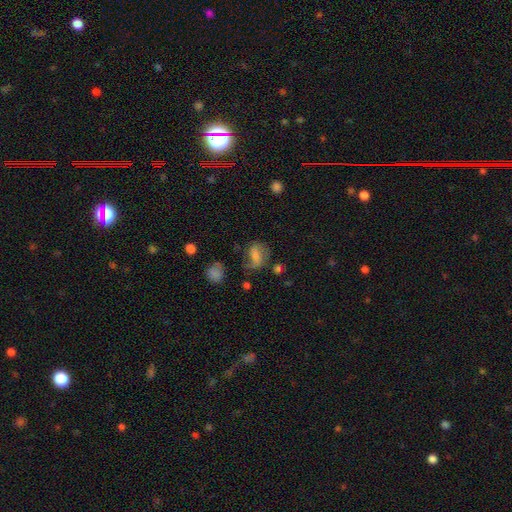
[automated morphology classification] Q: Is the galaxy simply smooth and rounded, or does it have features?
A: smooth — 53%.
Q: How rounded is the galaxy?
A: in between — 71%.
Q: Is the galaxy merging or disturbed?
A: none — 50%.